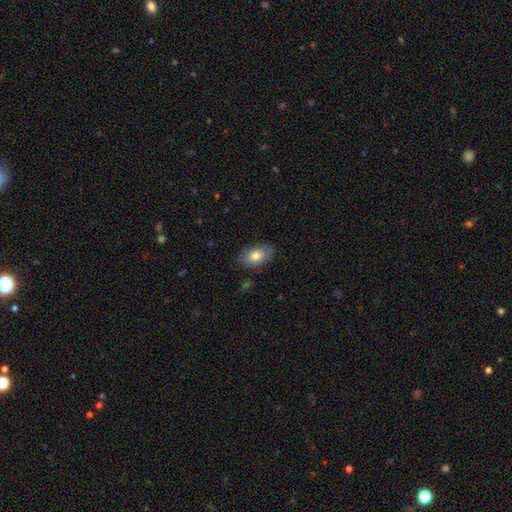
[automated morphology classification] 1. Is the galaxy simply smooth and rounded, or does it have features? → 80% smooth, 13% featured or disk, 7% star or artifact.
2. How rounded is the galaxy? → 92% in between, 6% round, 2% cigar-shaped.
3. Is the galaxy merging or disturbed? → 85% none, 12% minor disturbance, 3% major disturbance, 1% merger.